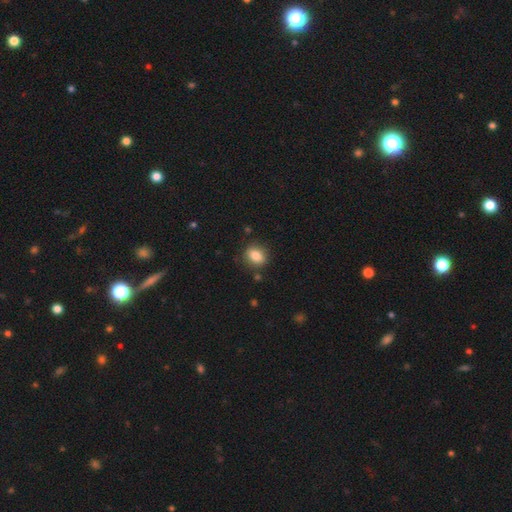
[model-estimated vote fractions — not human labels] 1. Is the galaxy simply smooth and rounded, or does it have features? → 83% smooth, 9% star or artifact, 8% featured or disk.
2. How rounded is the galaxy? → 55% in between, 43% round, 2% cigar-shaped.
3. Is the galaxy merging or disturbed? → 85% none, 10% minor disturbance, 3% major disturbance, 2% merger.